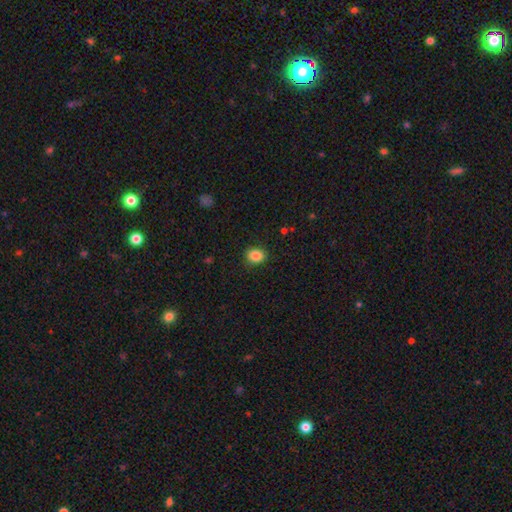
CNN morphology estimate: Smooth or featured? Predicted: smooth (p=0.86). How rounded? Predicted: round (p=0.56). Merging? Predicted: none (p=0.88).